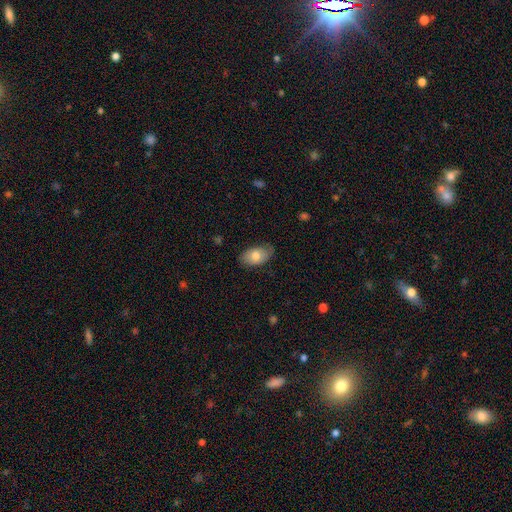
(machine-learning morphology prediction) type=smooth (73%); roundness=in between (93%); merging=none (75%).